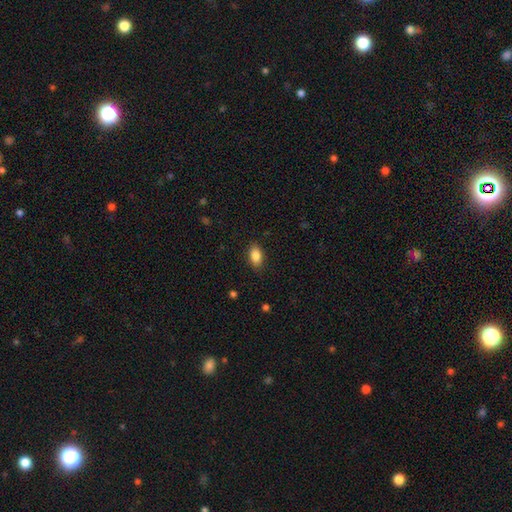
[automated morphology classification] smooth_or_featured: smooth (p=0.86) [alt: star or artifact p=0.08]
how_rounded: in between (p=0.90) [alt: round p=0.07]
merging: none (p=0.86) [alt: minor disturbance p=0.10]